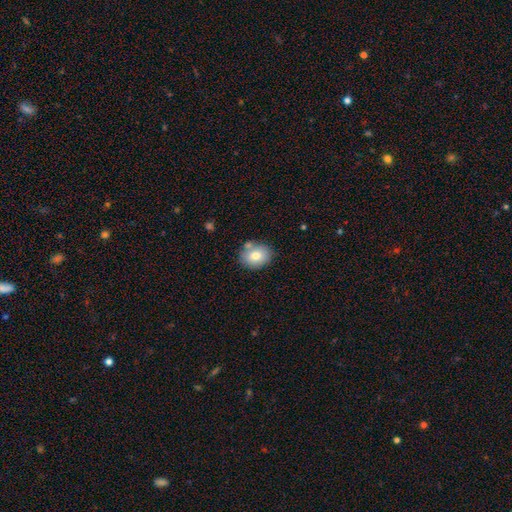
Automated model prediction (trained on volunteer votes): Q: Smooth or featured?
A: smooth (77%); runner-up: featured or disk (14%)
Q: How rounded?
A: round (50%); runner-up: in between (49%)
Q: Merging?
A: none (71%); runner-up: minor disturbance (14%)